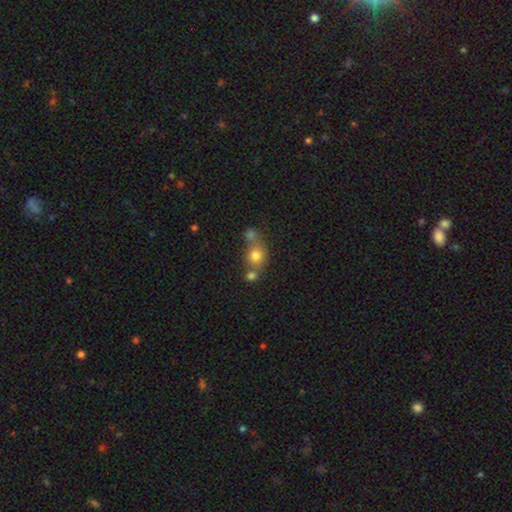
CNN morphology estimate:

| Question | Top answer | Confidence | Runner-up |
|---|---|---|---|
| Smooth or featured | smooth | 75% | star or artifact (13%) |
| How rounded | round | 75% | in between (24%) |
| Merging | merger | 43% | none (42%) |